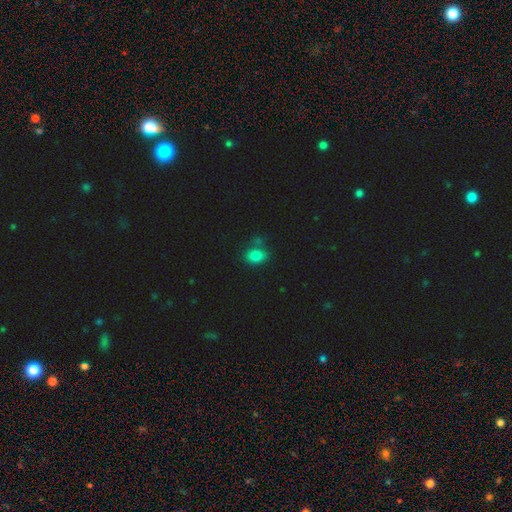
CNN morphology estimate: This is clearly a smooth galaxy (82%). How rounded: likely in between (62%). Merging: likely none (64%).